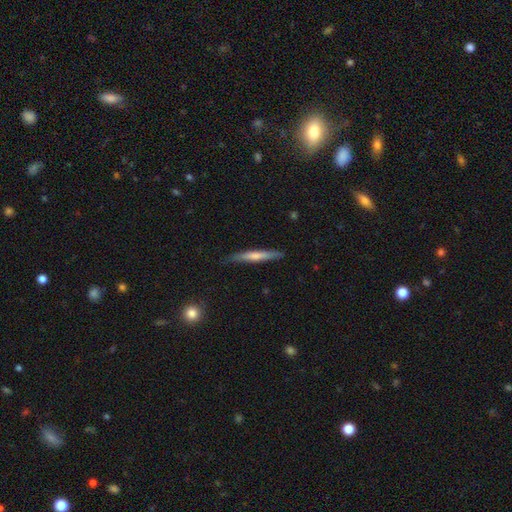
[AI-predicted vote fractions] Q: Smooth or featured?
A: smooth (56%); runner-up: featured or disk (38%)
Q: How rounded?
A: cigar-shaped (94%); runner-up: in between (5%)
Q: Merging?
A: none (82%); runner-up: minor disturbance (14%)